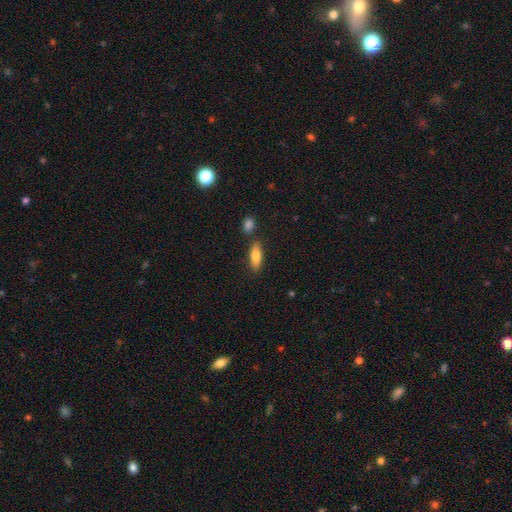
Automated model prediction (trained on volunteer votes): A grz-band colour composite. It shows a smooth galaxy with no disk features (77%) that is in between round and cigar-shaped (60%). Merging: none (76%).